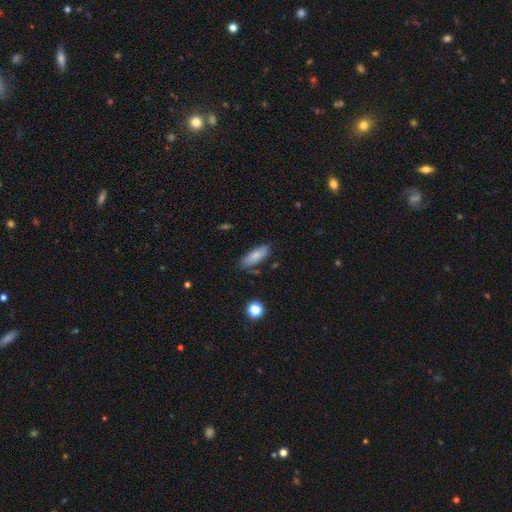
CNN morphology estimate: Smooth or featured? Predicted: smooth (p=0.77). How rounded? Predicted: in between (p=0.72). Merging? Predicted: none (p=0.77).